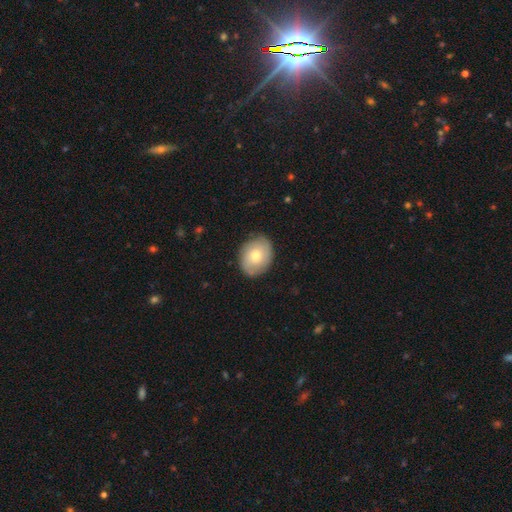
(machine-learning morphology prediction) Smooth or featured?
  - smooth: 63% *
  - featured or disk: 30%
  - star or artifact: 7%
How rounded?
  - in between: 56% *
  - round: 43%
  - cigar-shaped: 1%
Merging?
  - none: 83% *
  - minor disturbance: 13%
  - major disturbance: 3%
  - merger: 1%